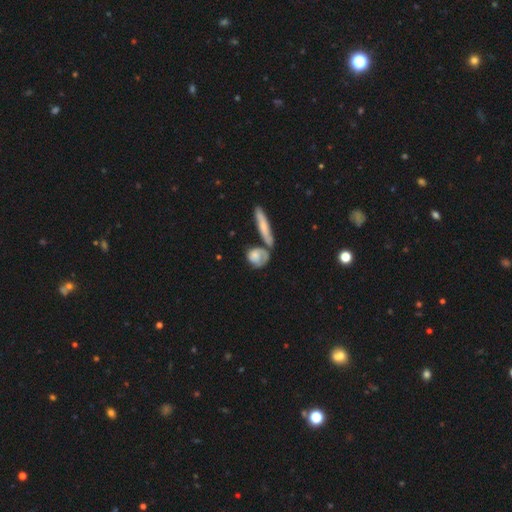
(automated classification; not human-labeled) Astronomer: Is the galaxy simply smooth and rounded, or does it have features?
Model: smooth — 59% (runner-up: featured or disk, 34%).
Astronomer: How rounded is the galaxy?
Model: round — 51% (runner-up: in between, 35%).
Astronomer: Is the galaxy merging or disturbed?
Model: none — 45% (runner-up: merger, 24%).